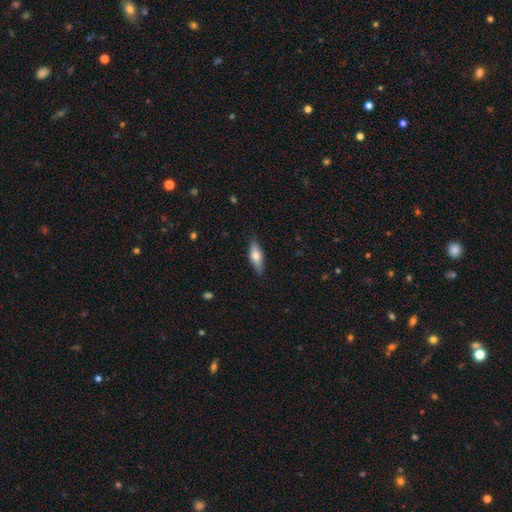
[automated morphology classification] The model was most divided on "how rounded": in between: 58%, cigar-shaped: 40%, round: 3%. More confident: merging — none (85%); smooth or featured — smooth (67%).